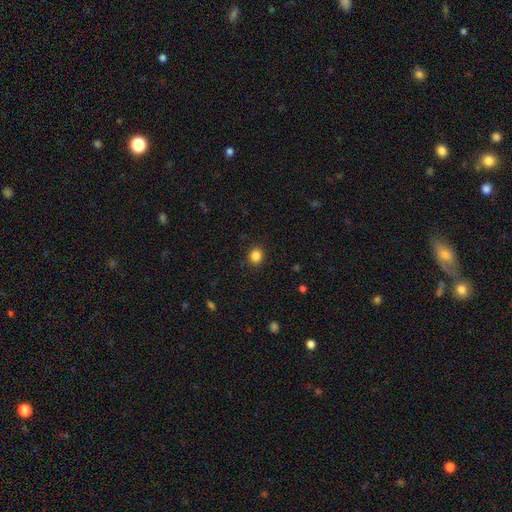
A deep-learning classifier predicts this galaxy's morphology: Smooth or featured?
  - smooth: 86% *
  - star or artifact: 11%
  - featured or disk: 4%
How rounded?
  - round: 82% *
  - in between: 17%
  - cigar-shaped: 1%
Merging?
  - none: 91% *
  - minor disturbance: 6%
  - major disturbance: 2%
  - merger: 1%